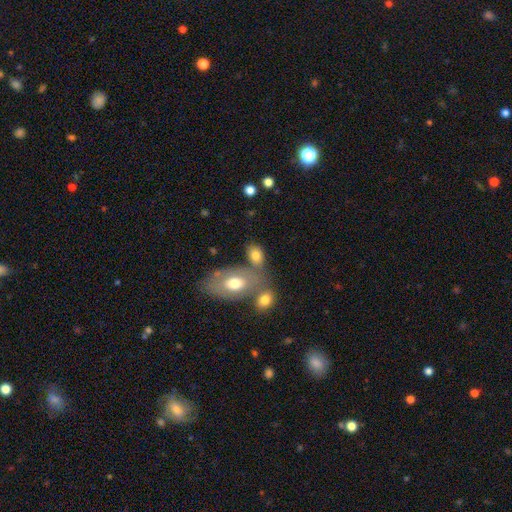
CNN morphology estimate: This appears to be a smooth galaxy with no disk features (76%) that is in between round and cigar-shaped (81%). Merging: none (46%).